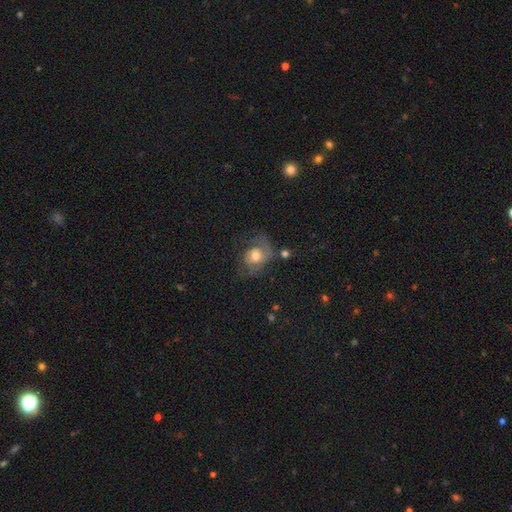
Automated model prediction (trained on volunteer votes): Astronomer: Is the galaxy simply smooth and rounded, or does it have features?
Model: featured or disk — 50% (runner-up: smooth, 41%).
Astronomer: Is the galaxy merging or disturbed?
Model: none — 42% (runner-up: major disturbance, 30%).